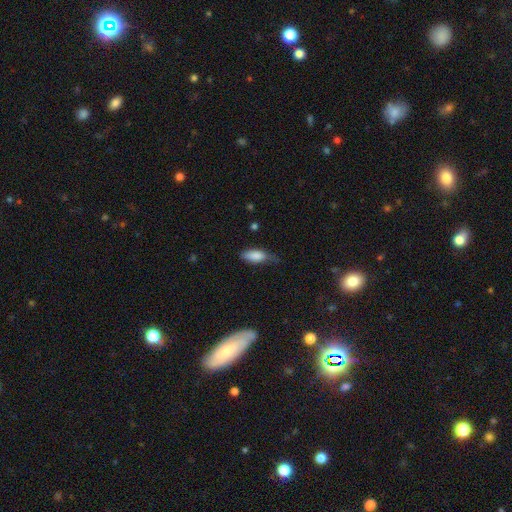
Smooth or featured? smooth (79%)
How rounded? in between (77%)
Merging? none (46%, tied with minor disturbance)